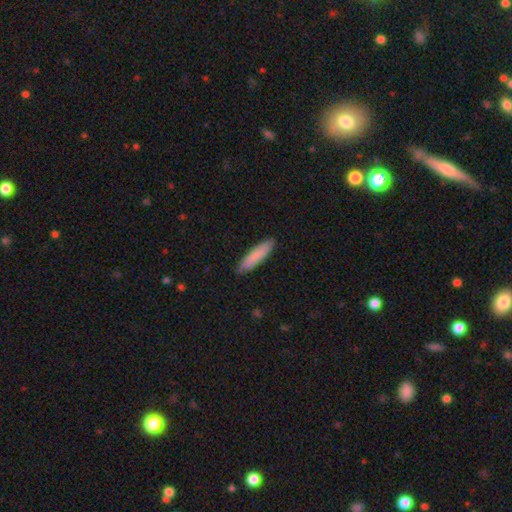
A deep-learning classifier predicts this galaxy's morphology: Smooth or featured? smooth (84%)
How rounded? cigar-shaped (78%)
Merging? none (87%)